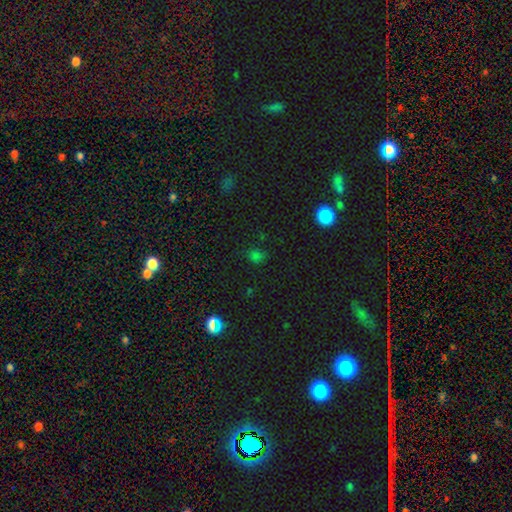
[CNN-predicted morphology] smooth 60%, star or artifact 35%, featured or disk 5%. Down the decision tree: how rounded — round (63%); merging — none (74%).